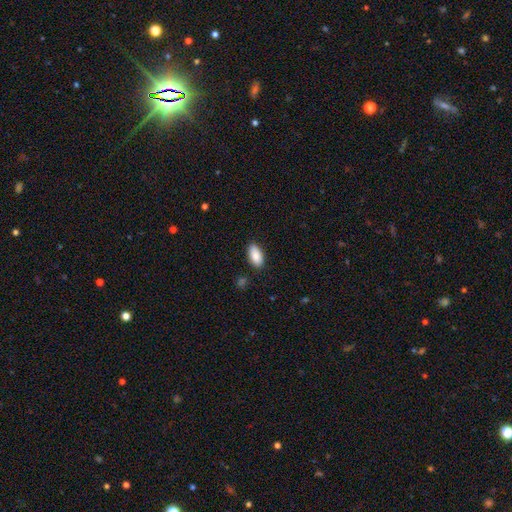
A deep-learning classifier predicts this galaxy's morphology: Smooth or featured? smooth (87%)
How rounded? in between (93%)
Merging? none (86%)